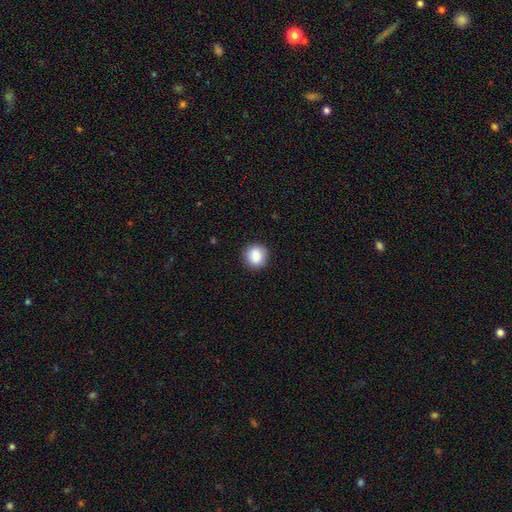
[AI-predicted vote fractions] Morphology: type=smooth (87%); roundness=round (92%); merging=none (90%).